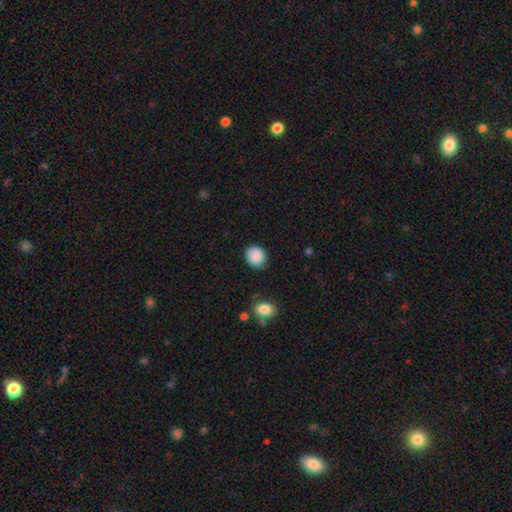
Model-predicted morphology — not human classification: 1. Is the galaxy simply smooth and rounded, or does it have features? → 89% smooth, 8% star or artifact, 3% featured or disk.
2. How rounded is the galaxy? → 74% round, 25% in between, 1% cigar-shaped.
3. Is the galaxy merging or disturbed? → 86% none, 10% minor disturbance, 3% major disturbance, 1% merger.